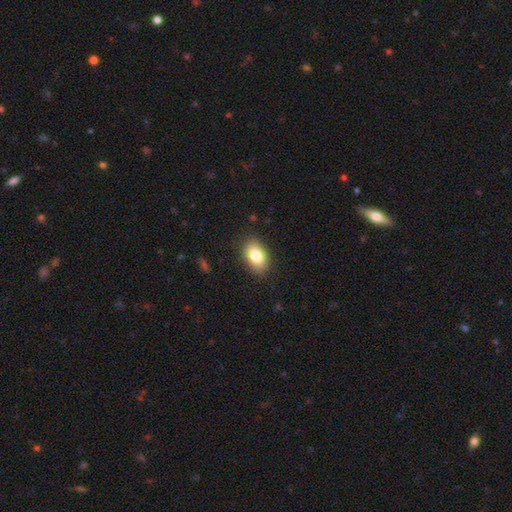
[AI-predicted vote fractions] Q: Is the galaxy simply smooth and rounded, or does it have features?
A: smooth — 83%.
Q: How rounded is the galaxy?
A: in between — 86%.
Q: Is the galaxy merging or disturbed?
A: none — 85%.